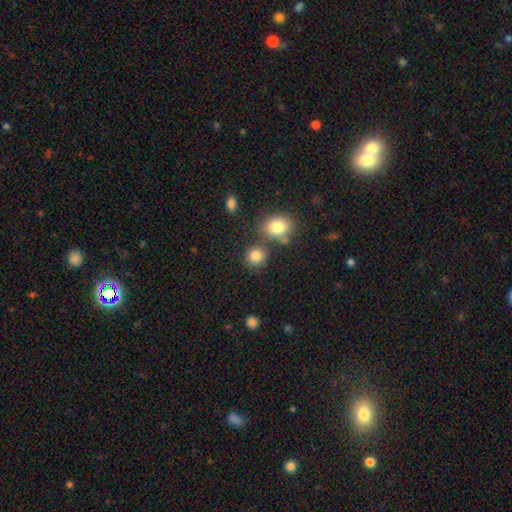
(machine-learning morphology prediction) smooth 84%, star or artifact 11%, featured or disk 6%. Down the decision tree: how rounded — round (85%); merging — none (70%).